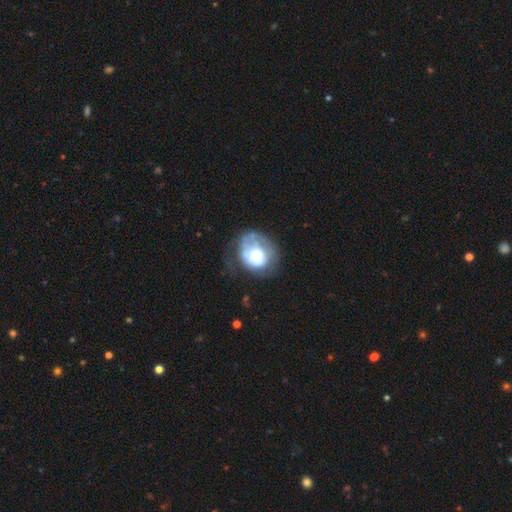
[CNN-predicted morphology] smooth-or-featured: smooth: 48% | featured or disk: 44% | star or artifact: 7%
  merging: none: 40% | major disturbance: 29% | minor disturbance: 29% | merger: 3%